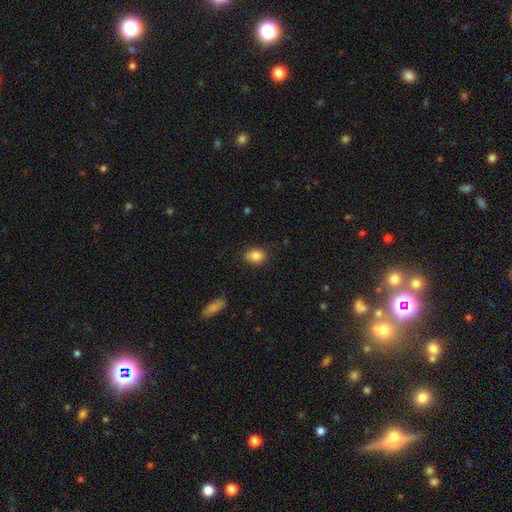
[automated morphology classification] Smooth or featured? Predicted: smooth (p=0.85). How rounded? Predicted: in between (p=0.69). Merging? Predicted: none (p=0.82).